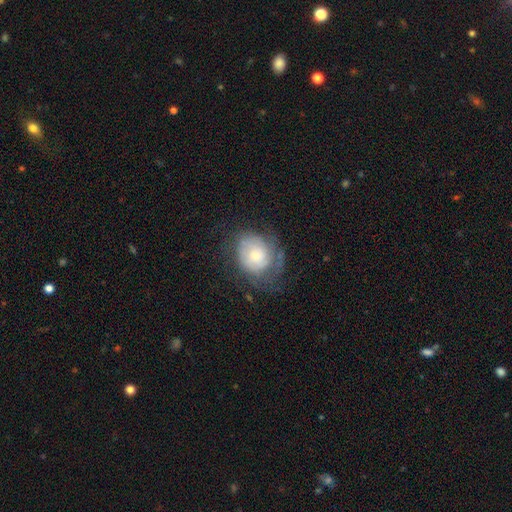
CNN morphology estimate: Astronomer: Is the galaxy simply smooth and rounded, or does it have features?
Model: featured or disk — 54% (runner-up: smooth, 38%).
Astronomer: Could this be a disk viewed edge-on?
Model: no — 97%.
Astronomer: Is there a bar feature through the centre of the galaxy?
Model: no — 82%.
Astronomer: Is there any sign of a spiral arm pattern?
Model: yes — 71%.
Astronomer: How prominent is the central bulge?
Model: small — 57% (runner-up: moderate, 34%).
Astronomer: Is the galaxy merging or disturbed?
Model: none — 50% (runner-up: minor disturbance, 26%).